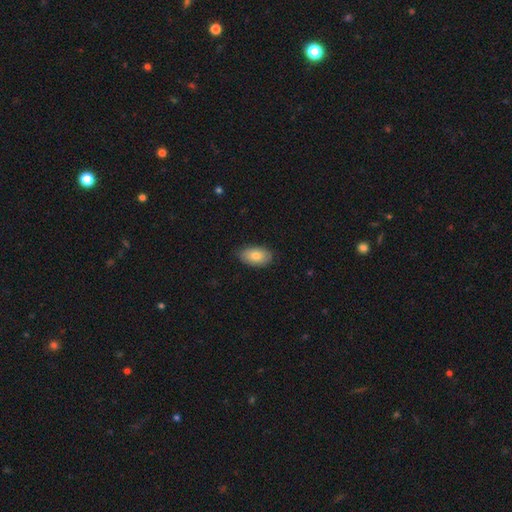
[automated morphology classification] Smooth or featured? Predicted: smooth (p=0.79). How rounded? Predicted: in between (p=0.93). Merging? Predicted: none (p=0.83).